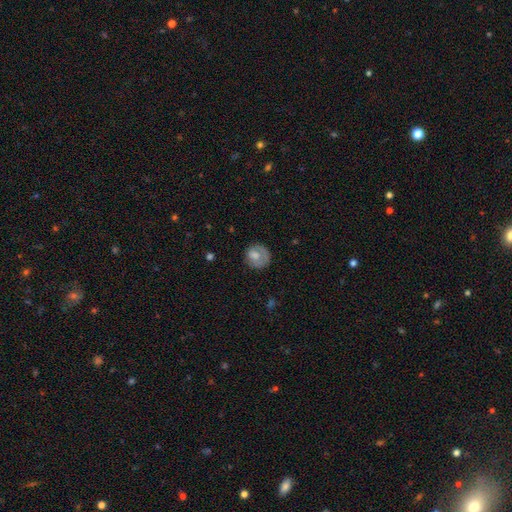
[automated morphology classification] type=smooth (62%); roundness=round (81%); merging=none (65%).